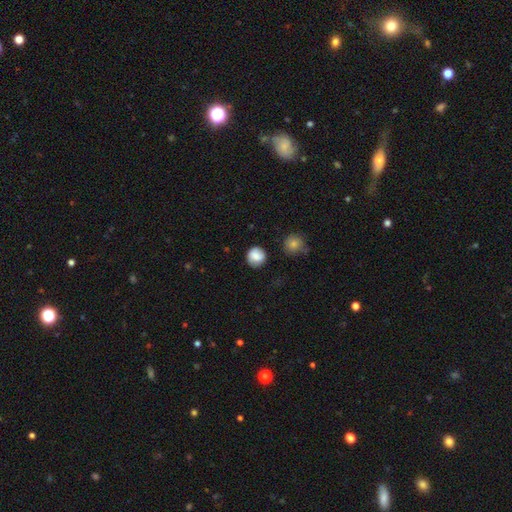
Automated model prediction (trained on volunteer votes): Q: Smooth or featured?
A: smooth (78%); runner-up: featured or disk (13%)
Q: How rounded?
A: round (88%); runner-up: in between (11%)
Q: Merging?
A: none (79%); runner-up: minor disturbance (14%)